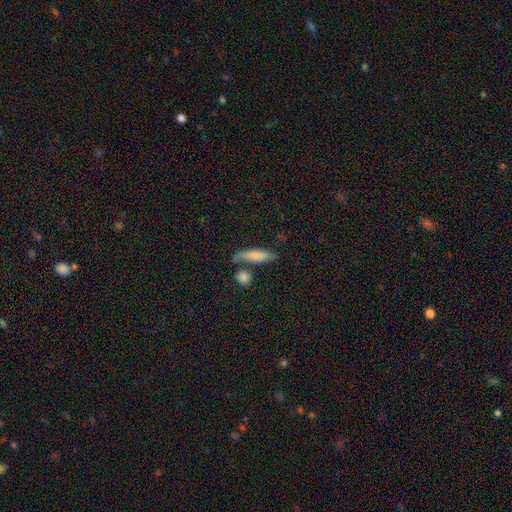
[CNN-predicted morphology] A smooth galaxy with no disk features (70%) that is cigar-shaped (75%). Merging: none (61%).